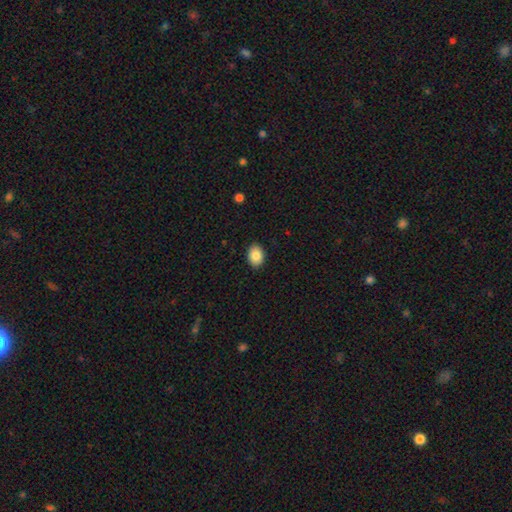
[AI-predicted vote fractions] smooth 86%, star or artifact 8%, featured or disk 6%. Down the decision tree: how rounded — in between (70%); merging — none (90%).